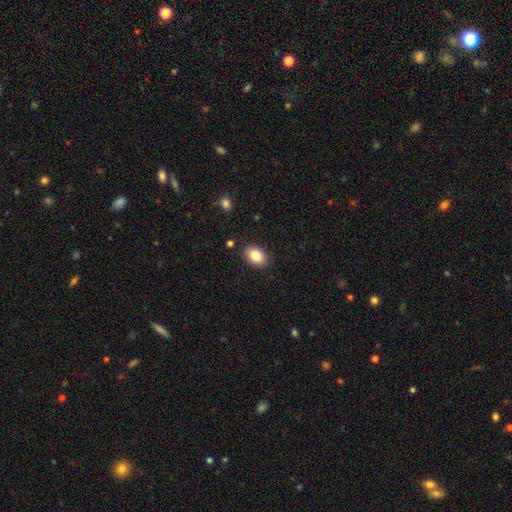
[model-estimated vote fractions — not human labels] Smooth or featured: smooth — 85% (star or artifact — 8%)
How rounded: in between — 85% (round — 14%)
Merging: none — 87% (minor disturbance — 9%)